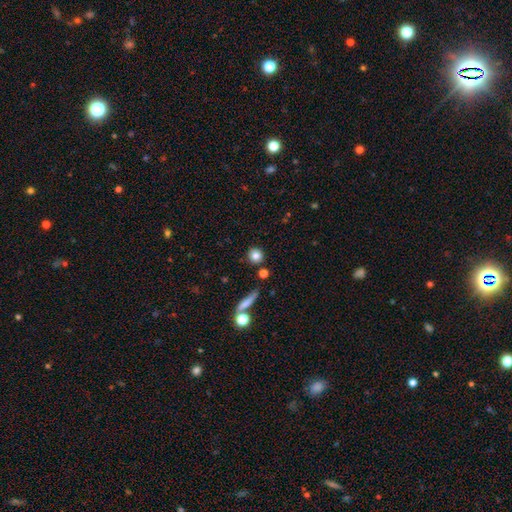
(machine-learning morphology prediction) smooth-or-featured: smooth: 81% | star or artifact: 10% | featured or disk: 9%
  how-rounded: round: 89% | in between: 9% | cigar-shaped: 2%
  merging: none: 83% | minor disturbance: 8% | merger: 6% | major disturbance: 3%